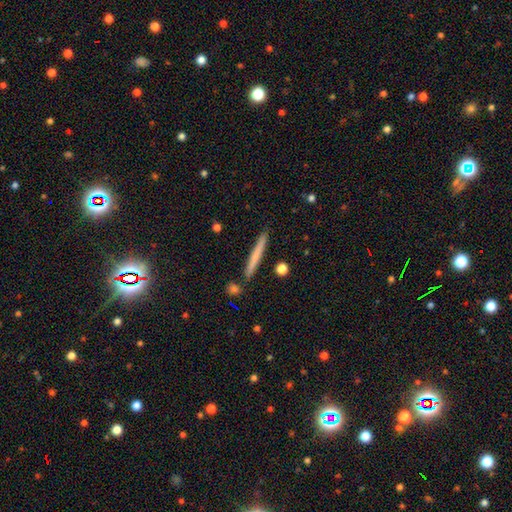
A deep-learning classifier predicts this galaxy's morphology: Q: Smooth or featured?
A: smooth (63%); runner-up: featured or disk (31%)
Q: How rounded?
A: cigar-shaped (96%); runner-up: in between (2%)
Q: Merging?
A: none (88%); runner-up: minor disturbance (7%)